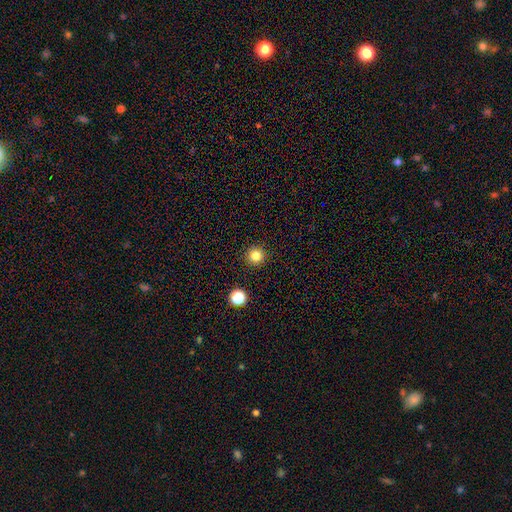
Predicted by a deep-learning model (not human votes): Smooth or featured? smooth (82%)
How rounded? round (96%)
Merging? none (92%)